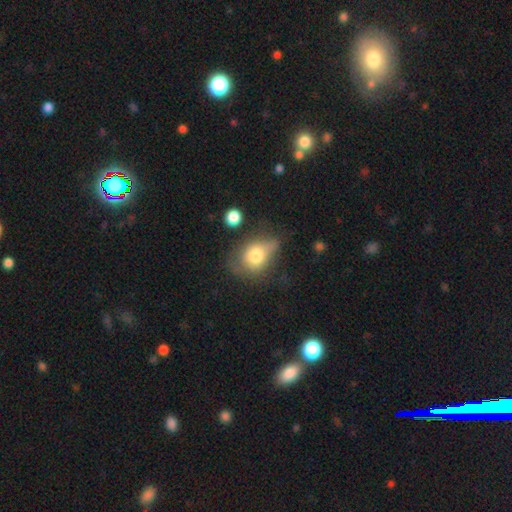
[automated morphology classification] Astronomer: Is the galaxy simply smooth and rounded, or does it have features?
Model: smooth — 70%.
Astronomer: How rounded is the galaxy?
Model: in between — 60% (runner-up: round, 38%).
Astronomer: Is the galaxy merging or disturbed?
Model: none — 34%, tied with minor disturbance at 34%.